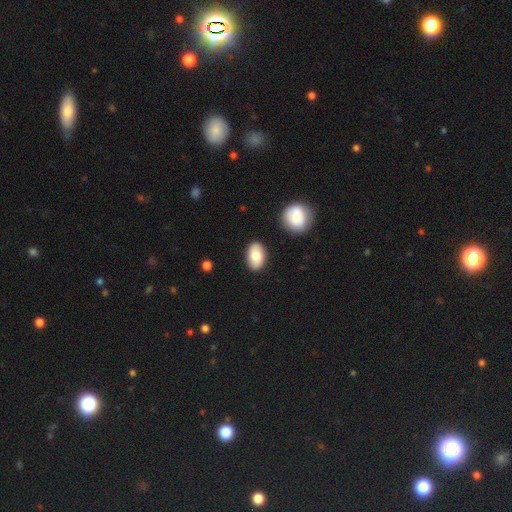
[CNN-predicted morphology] Smooth or featured? smooth (77%)
How rounded? in between (89%)
Merging? none (85%)